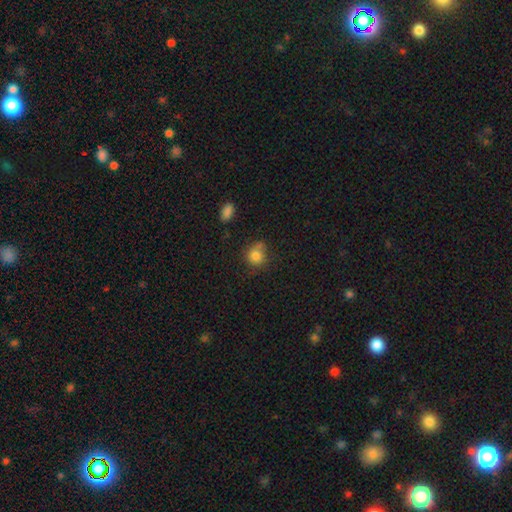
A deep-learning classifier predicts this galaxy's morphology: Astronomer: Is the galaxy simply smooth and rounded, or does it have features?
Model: smooth — 82%.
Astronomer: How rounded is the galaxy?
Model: round — 81%.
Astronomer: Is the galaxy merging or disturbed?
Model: none — 57%.